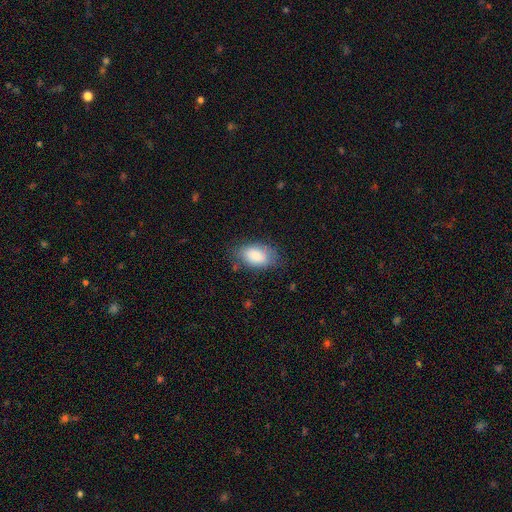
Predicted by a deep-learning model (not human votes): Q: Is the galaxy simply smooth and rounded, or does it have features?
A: smooth — 86%.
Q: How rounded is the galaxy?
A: in between — 92%.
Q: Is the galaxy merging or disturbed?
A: none — 73%.